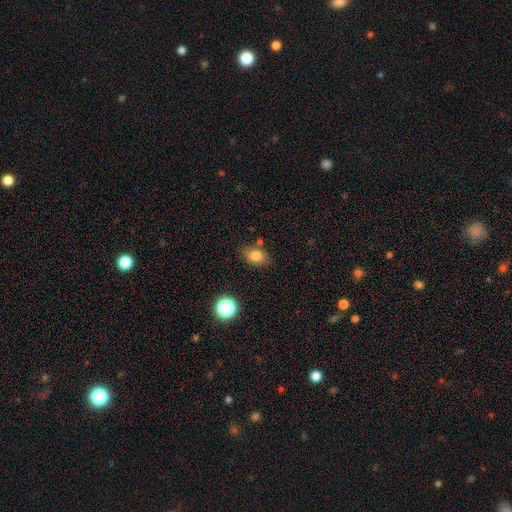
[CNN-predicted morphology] This is likely a smooth galaxy (80%). How rounded: likely in between (75%). Merging: likely none (74%).